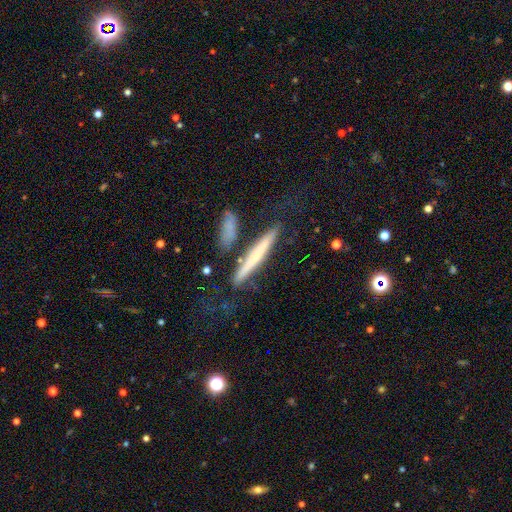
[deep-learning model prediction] Overall: featured or disk (48%; smooth 45%). Merging: none (69%).